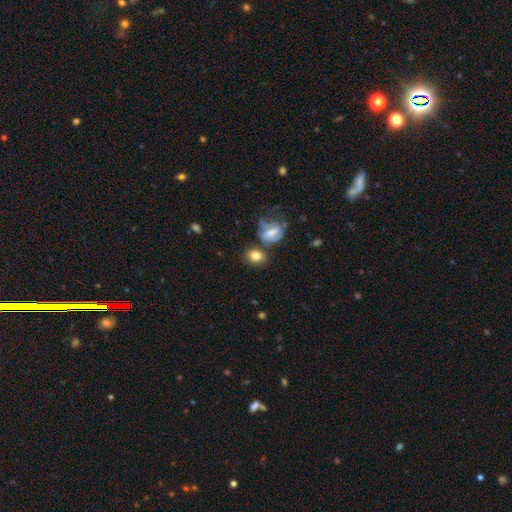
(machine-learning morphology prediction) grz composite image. It shows a smooth galaxy with no disk features (75%) that is in between round and cigar-shaped (49%, tied with round). Merging: none (61%).